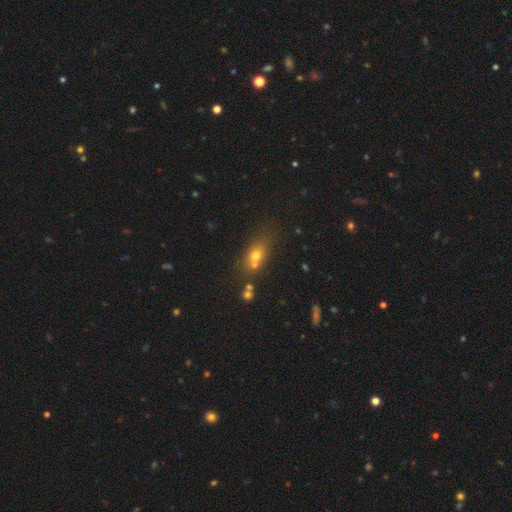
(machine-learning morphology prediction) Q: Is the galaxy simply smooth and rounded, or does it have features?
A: smooth — 63%.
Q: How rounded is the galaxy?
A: in between — 53%.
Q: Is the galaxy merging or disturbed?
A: none — 50%.